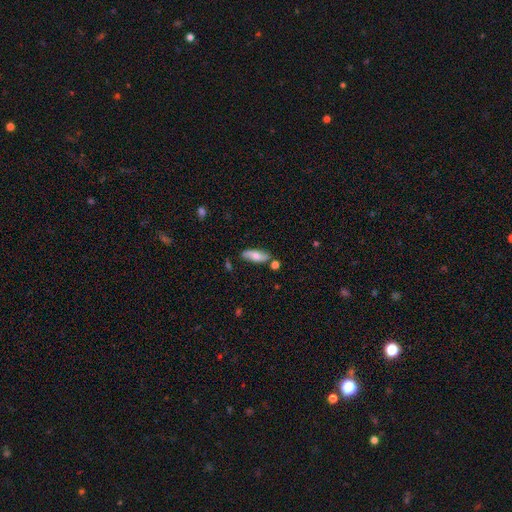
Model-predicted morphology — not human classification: smooth-or-featured: smooth: 56% | featured or disk: 37% | star or artifact: 7%
  how-rounded: in between: 66% | cigar-shaped: 31% | round: 3%
  merging: none: 73% | minor disturbance: 16% | merger: 7% | major disturbance: 4%